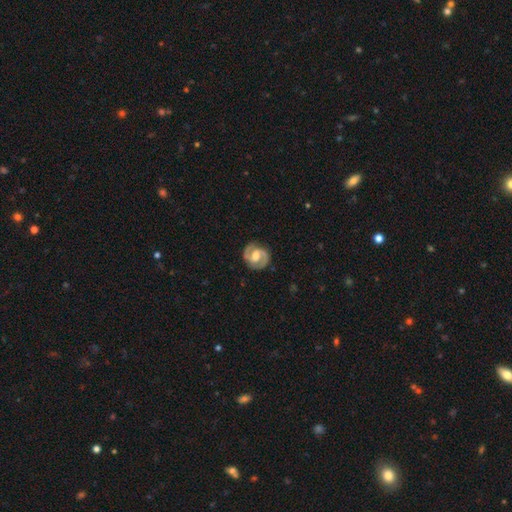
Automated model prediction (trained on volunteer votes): smooth_or_featured: featured or disk (p=0.86) [alt: smooth p=0.09]
disk_edge_on: no (p=0.98) [alt: yes p=0.02]
bar: weak (p=0.49) [alt: no p=0.26]
has_spiral_arms: yes (p=0.96) [alt: no p=0.04]
spiral_winding: medium (p=0.51) [alt: tight p=0.39]
spiral_arm_count: 2 (p=0.93) [alt: can't tell p=0.02]
bulge_size: moderate (p=0.64) [alt: large p=0.18]
merging: none (p=0.86) [alt: minor disturbance p=0.10]